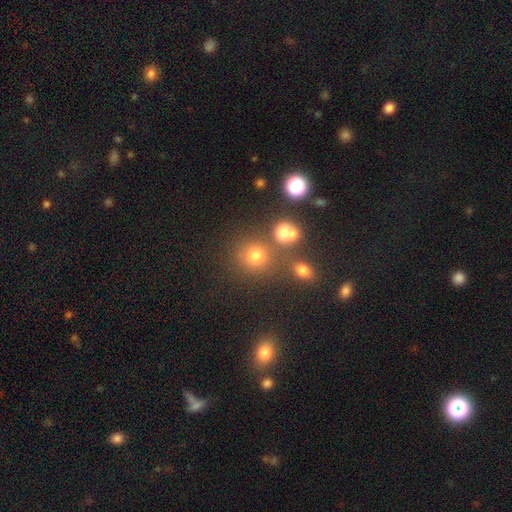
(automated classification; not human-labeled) A smooth galaxy with no disk features (72%) that is round (87%).

Vote fractions:
- Smooth or featured? smooth: 72% / star or artifact: 20% / featured or disk: 8%
- How rounded? round: 87% / in between: 12% / cigar-shaped: 1%
- Merging? none: 69% / merger: 17% / minor disturbance: 9% / major disturbance: 5%